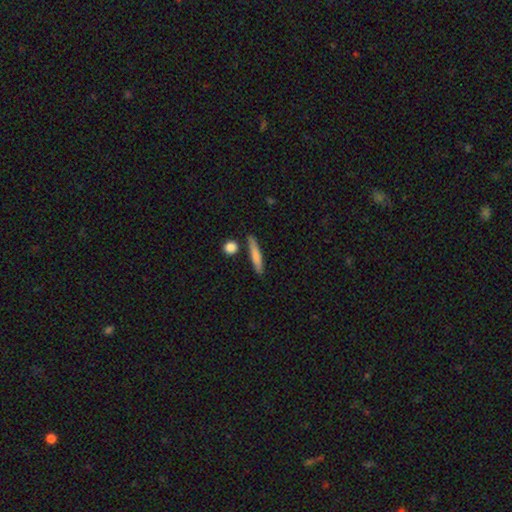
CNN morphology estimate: Smooth or featured? smooth (74%)
How rounded? cigar-shaped (89%)
Merging? none (81%)